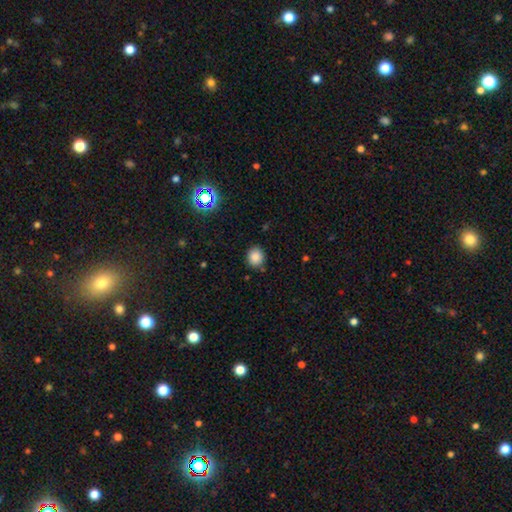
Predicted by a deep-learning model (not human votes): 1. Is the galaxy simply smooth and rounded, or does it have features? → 85% smooth, 11% star or artifact, 4% featured or disk.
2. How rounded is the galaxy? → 77% round, 22% in between, 1% cigar-shaped.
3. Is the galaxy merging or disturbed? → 85% none, 10% minor disturbance, 2% major disturbance, 2% merger.